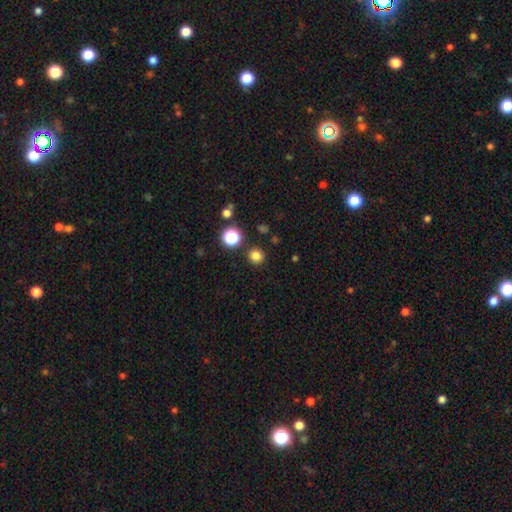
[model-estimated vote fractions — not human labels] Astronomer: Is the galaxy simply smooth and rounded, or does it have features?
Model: smooth — 81%.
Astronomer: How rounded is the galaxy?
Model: round — 93%.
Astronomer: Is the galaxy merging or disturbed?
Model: none — 90%.